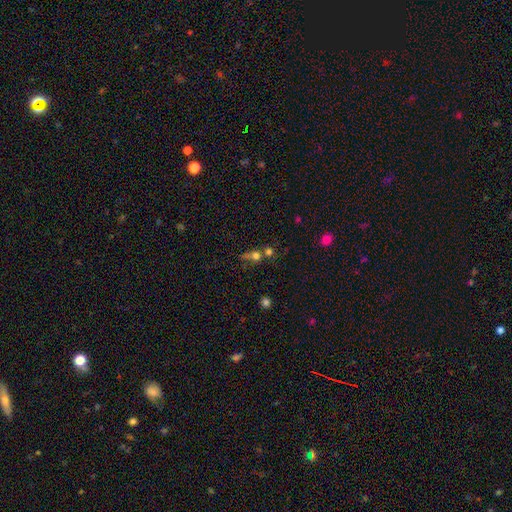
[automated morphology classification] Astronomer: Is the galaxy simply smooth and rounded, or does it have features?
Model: smooth — 63%.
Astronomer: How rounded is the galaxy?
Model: round — 79%.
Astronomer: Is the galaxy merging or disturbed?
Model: merger — 42% (runner-up: none, 39%).